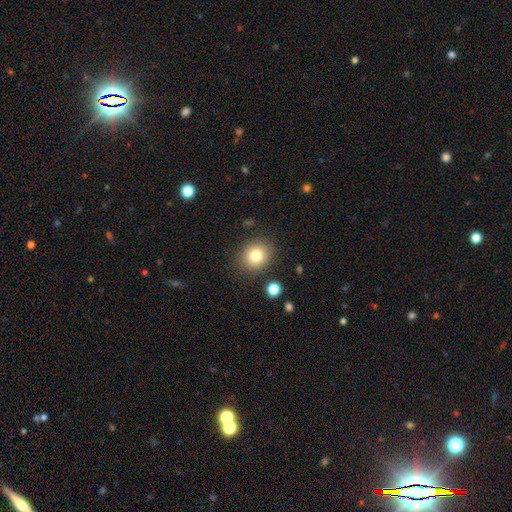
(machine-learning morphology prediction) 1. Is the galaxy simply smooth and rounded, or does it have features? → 79% smooth, 11% star or artifact, 9% featured or disk.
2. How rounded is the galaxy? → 75% round, 24% in between, 1% cigar-shaped.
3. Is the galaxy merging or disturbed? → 85% none, 9% minor disturbance, 3% major disturbance, 3% merger.